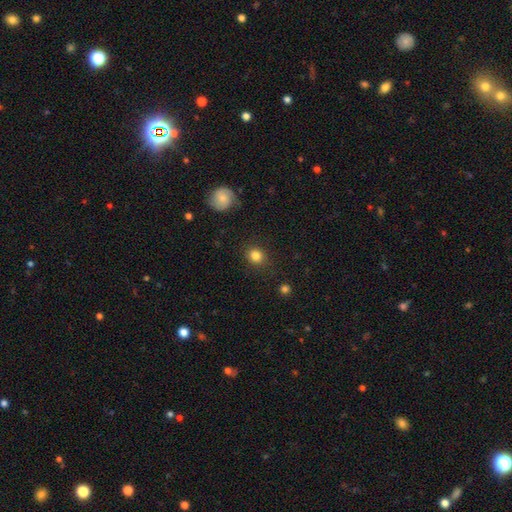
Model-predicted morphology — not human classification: Smooth or featured?
  - smooth: 83% *
  - star or artifact: 11%
  - featured or disk: 6%
How rounded?
  - round: 75% *
  - in between: 24%
  - cigar-shaped: 1%
Merging?
  - none: 86% *
  - minor disturbance: 10%
  - major disturbance: 3%
  - merger: 1%